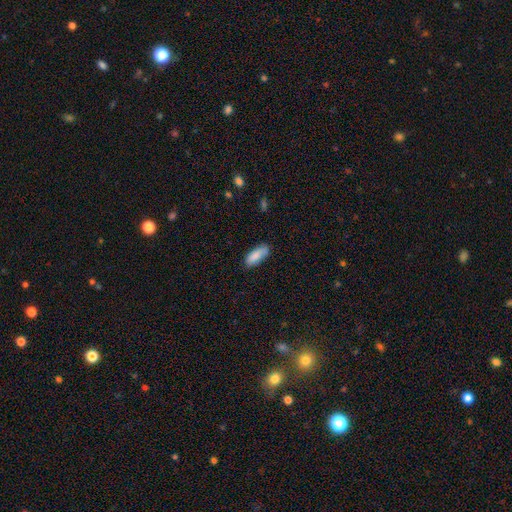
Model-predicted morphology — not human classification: Q: Smooth or featured?
A: smooth (86%); runner-up: featured or disk (7%)
Q: How rounded?
A: in between (77%); runner-up: cigar-shaped (21%)
Q: Merging?
A: none (72%); runner-up: minor disturbance (22%)